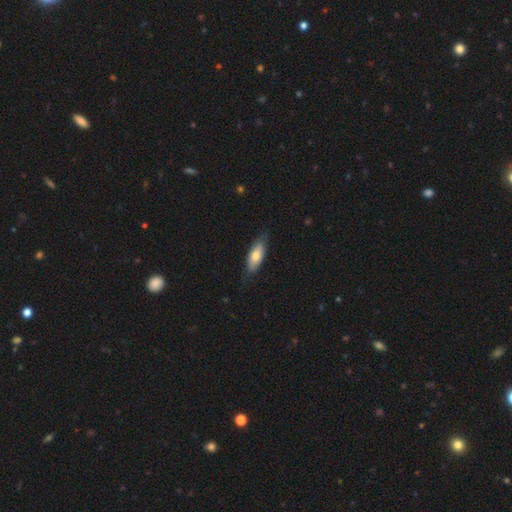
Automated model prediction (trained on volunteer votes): A smooth galaxy with no disk features (71%) that is in between round and cigar-shaped (73%). Merging: none (78%).